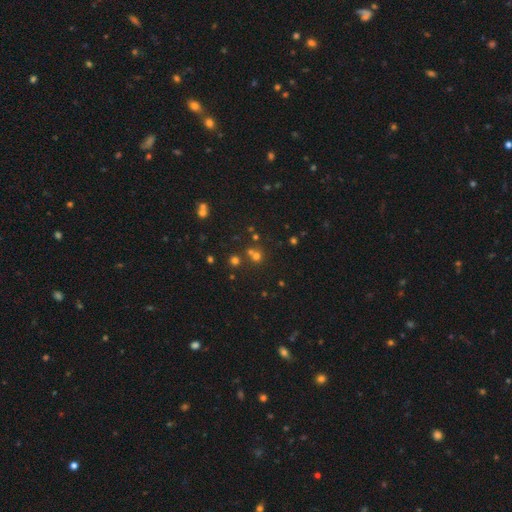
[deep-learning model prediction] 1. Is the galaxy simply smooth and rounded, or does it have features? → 53% smooth, 36% star or artifact, 11% featured or disk.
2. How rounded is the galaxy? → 89% round, 10% in between, 1% cigar-shaped.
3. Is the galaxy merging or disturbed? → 60% none, 29% merger, 7% minor disturbance, 3% major disturbance.